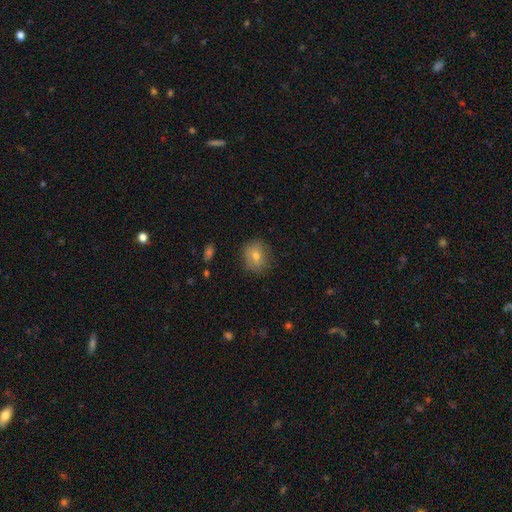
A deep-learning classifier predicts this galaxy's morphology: Smooth or featured?
  - smooth: 67% *
  - featured or disk: 21%
  - star or artifact: 12%
How rounded?
  - round: 69% *
  - in between: 29%
  - cigar-shaped: 1%
Merging?
  - none: 83% *
  - minor disturbance: 13%
  - major disturbance: 3%
  - merger: 1%